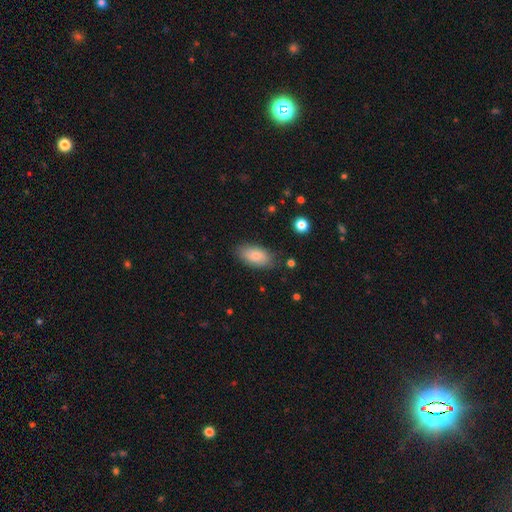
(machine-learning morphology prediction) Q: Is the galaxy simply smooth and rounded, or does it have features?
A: smooth — 83%.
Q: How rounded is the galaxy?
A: in between — 91%.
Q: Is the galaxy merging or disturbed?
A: none — 81%.